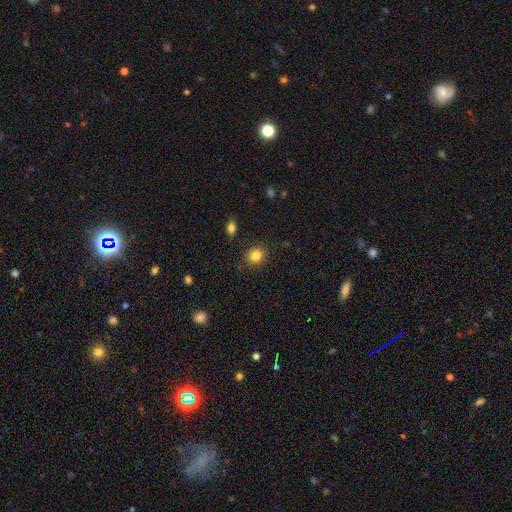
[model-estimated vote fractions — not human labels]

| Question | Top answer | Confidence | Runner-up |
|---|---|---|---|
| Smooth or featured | smooth | 84% | star or artifact (11%) |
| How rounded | round | 79% | in between (20%) |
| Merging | none | 86% | minor disturbance (9%) |